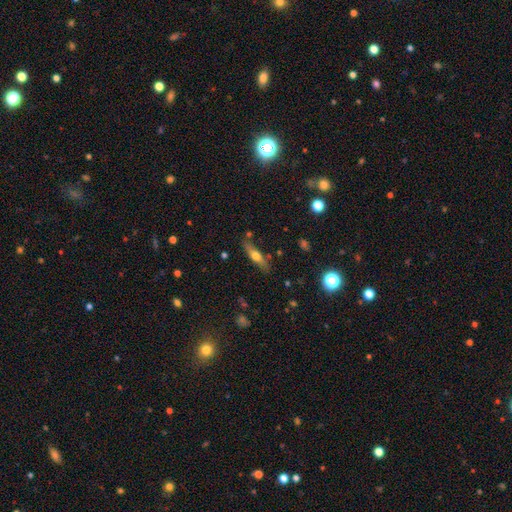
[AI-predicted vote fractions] Overall: smooth (49%; featured or disk 44%). Merging: none (80%).